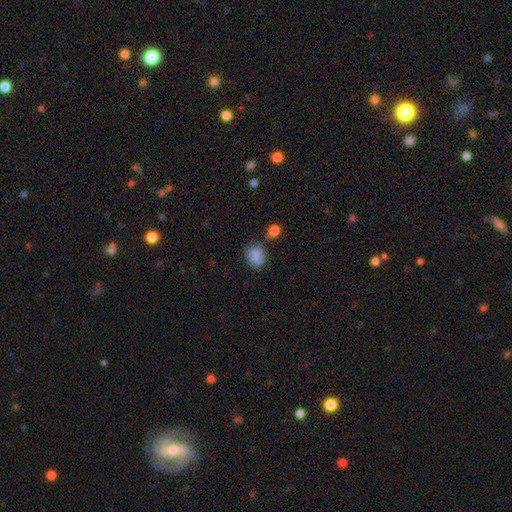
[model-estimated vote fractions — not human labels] Smooth or featured: smooth — 84% (star or artifact — 10%)
How rounded: in between — 54% (round — 45%)
Merging: none — 63% (minor disturbance — 23%)